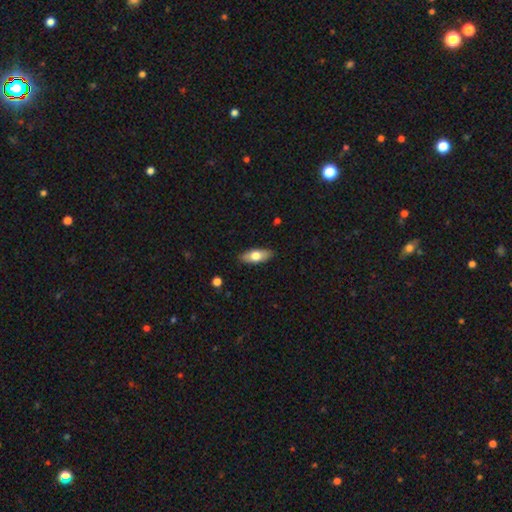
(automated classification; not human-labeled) Overall: smooth (69%). How rounded: in between (76%). Merging: none (88%).